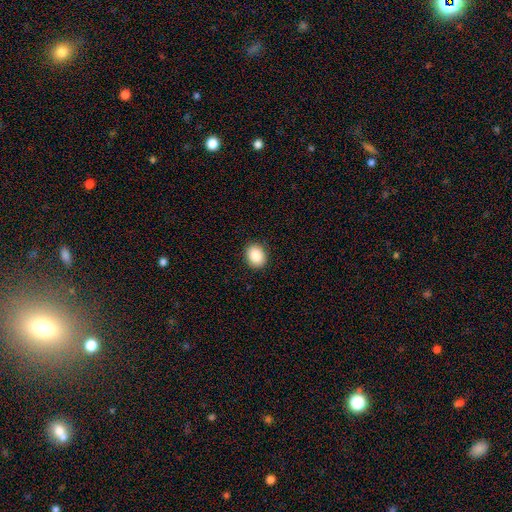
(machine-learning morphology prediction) Smooth or featured? Predicted: smooth (p=0.89). How rounded? Predicted: in between (p=0.54). Merging? Predicted: none (p=0.90).